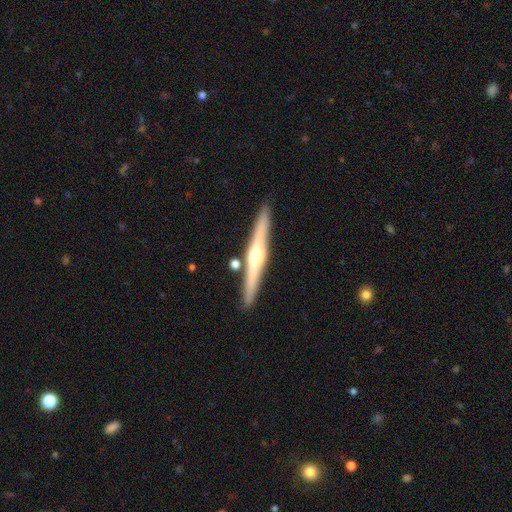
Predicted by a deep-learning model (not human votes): smooth-or-featured: featured or disk: 73% | smooth: 21% | star or artifact: 5%
  disk-edge-on: yes: 98% | no: 2%
    edge-on-bulge: rounded: 88% | none: 7% | boxy: 4%
  merging: none: 88% | minor disturbance: 7% | merger: 3% | major disturbance: 1%